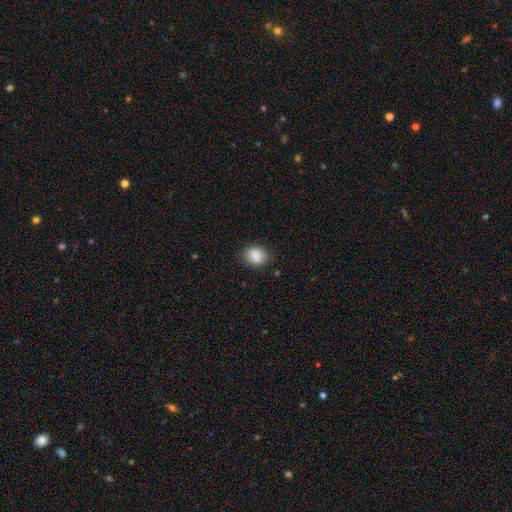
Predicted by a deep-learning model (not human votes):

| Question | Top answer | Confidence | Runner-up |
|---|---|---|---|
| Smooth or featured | smooth | 88% | star or artifact (8%) |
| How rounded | round | 51% | in between (48%) |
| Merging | none | 81% | minor disturbance (14%) |